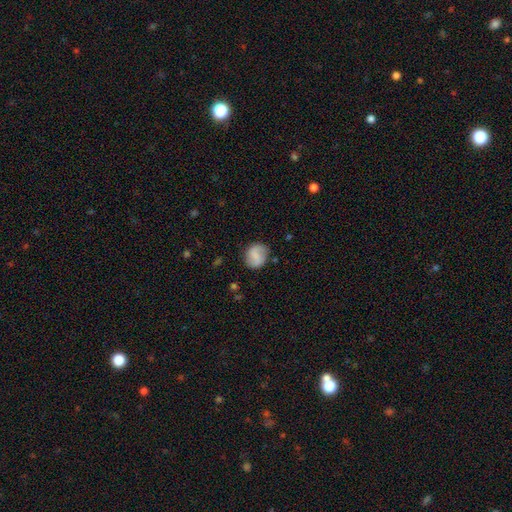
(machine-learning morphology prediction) A smooth galaxy with no disk features (58%) that is round (74%).

Vote fractions:
- Smooth or featured? smooth: 58% / featured or disk: 34% / star or artifact: 8%
- How rounded? round: 74% / in between: 25% / cigar-shaped: 1%
- Merging? none: 79% / minor disturbance: 15% / major disturbance: 4% / merger: 2%